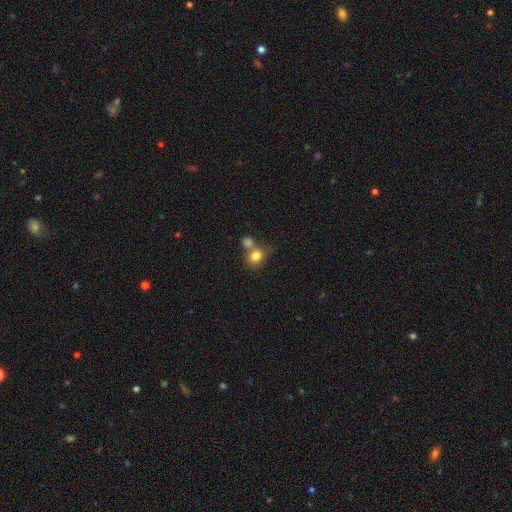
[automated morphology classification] Smooth or featured? smooth (81%)
How rounded? round (64%)
Merging? merger (44%)